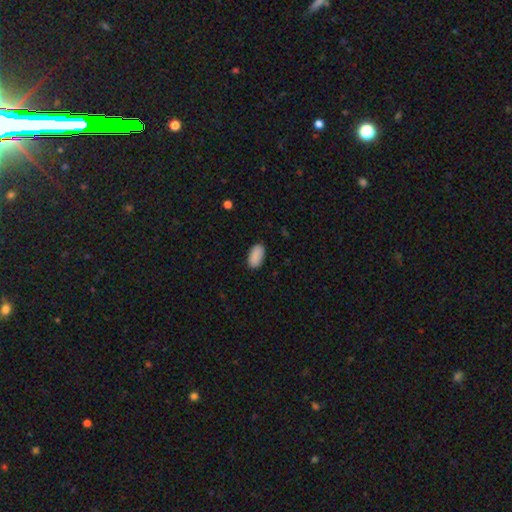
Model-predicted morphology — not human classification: Smooth or featured: smooth — 90% (star or artifact — 7%)
How rounded: in between — 95% (round — 3%)
Merging: none — 87% (minor disturbance — 10%)